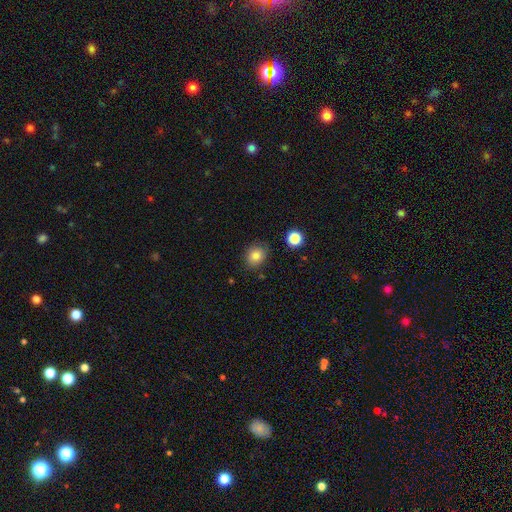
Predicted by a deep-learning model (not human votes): A smooth galaxy with no disk features (83%) that is round (68%). Merging: none (84%).